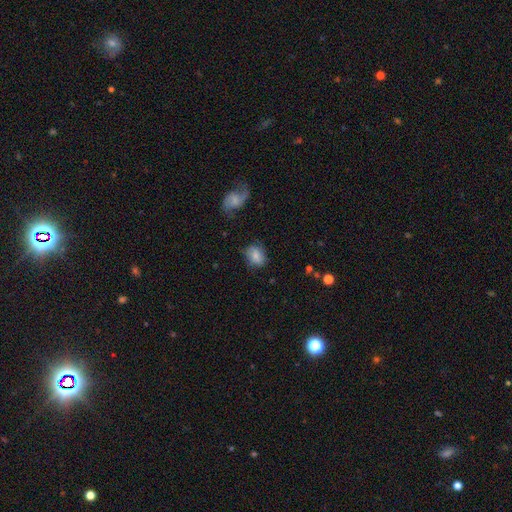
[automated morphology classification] Smooth or featured? Predicted: smooth (p=0.74). How rounded? Predicted: in between (p=0.59). Merging? Predicted: none (p=0.66).